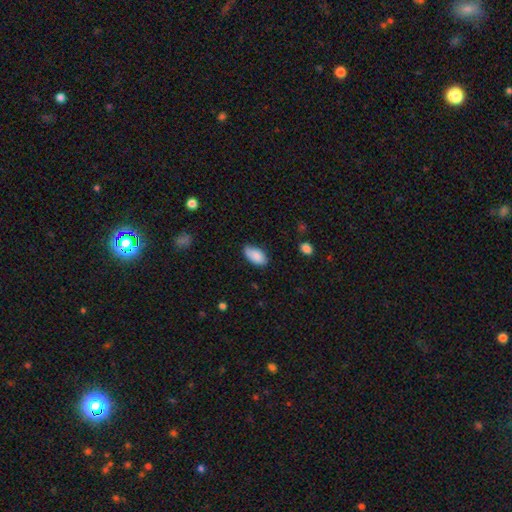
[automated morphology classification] type=smooth (86%); roundness=in between (94%); merging=none (71%).